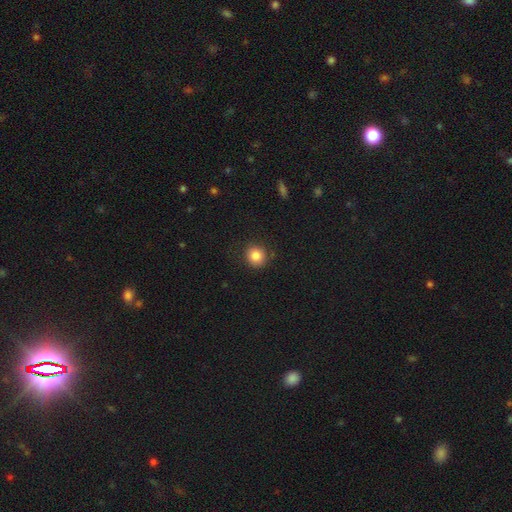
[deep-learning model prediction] smooth_or_featured: smooth (p=0.84) [alt: star or artifact p=0.10]
how_rounded: round (p=0.88) [alt: in between p=0.11]
merging: none (p=0.87) [alt: minor disturbance p=0.09]